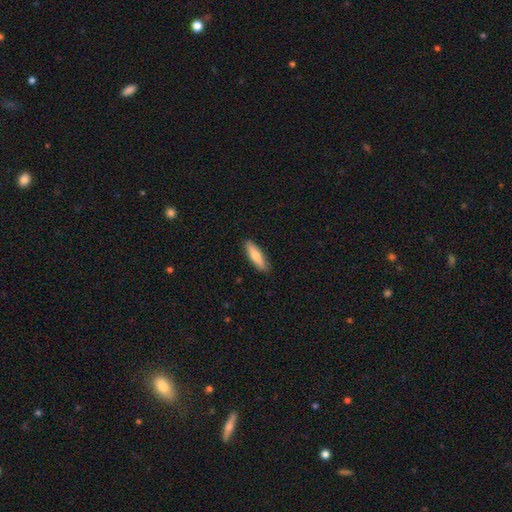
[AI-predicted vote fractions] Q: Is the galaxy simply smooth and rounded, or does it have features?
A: smooth — 71%.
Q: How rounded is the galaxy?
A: cigar-shaped — 66%.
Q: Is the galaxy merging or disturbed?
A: none — 89%.